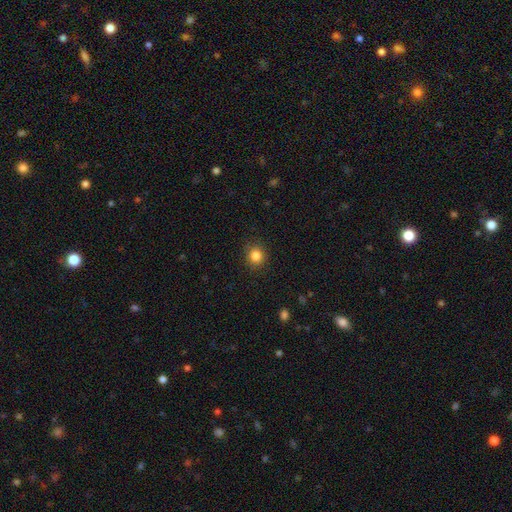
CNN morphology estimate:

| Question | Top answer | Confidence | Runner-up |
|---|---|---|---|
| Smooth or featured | smooth | 84% | star or artifact (11%) |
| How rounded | round | 84% | in between (15%) |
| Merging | none | 88% | minor disturbance (8%) |